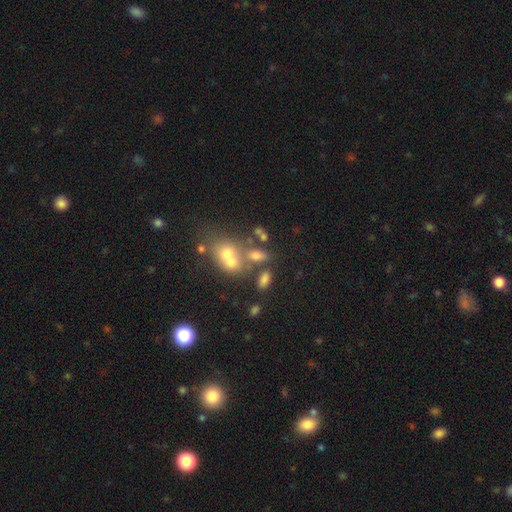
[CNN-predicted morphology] type=smooth (57%); roundness=in between (68%); merging=merger (47%).